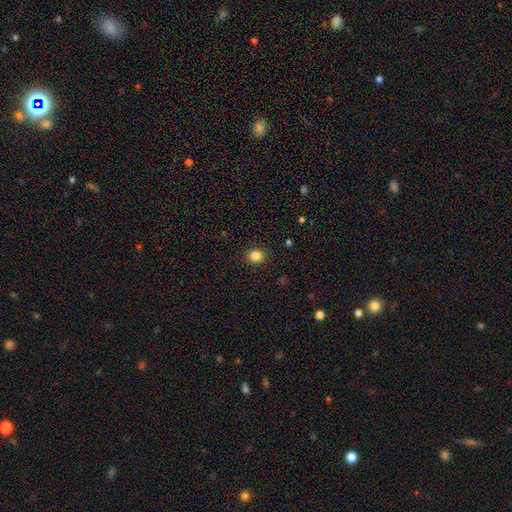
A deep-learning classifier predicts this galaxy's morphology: This appears to be a smooth galaxy with no disk features (83%) that is round (78%). Merging: none (91%).